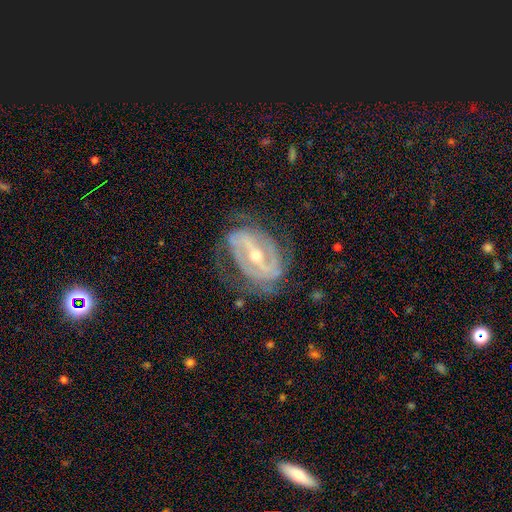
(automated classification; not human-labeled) Smooth or featured? Predicted: featured or disk (p=0.89). Edge-on disk? Predicted: no (p=0.95). Bar? Predicted: strong (p=0.63). Spiral arms? Predicted: yes (p=0.91). Spiral winding? Predicted: tight (p=0.47). Spiral arm count? Predicted: 2 (p=0.56). Bulge size? Predicted: moderate (p=0.49). Merging? Predicted: none (p=0.63).